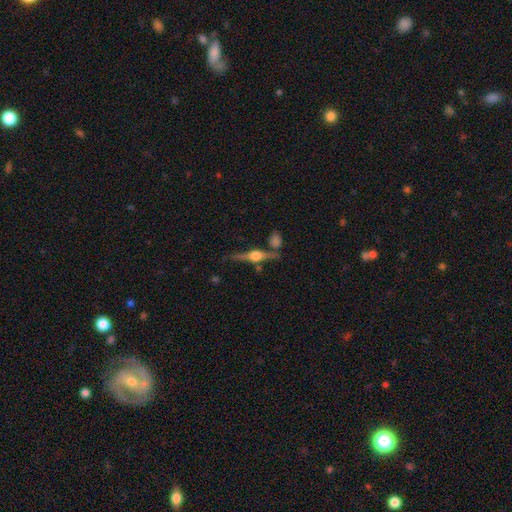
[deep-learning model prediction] The model was most divided on "merging": none: 80%, minor disturbance: 10%, merger: 7%, major disturbance: 3%. More confident: edge-on disk — yes (98%); edge-on bulge — rounded (95%); smooth or featured — featured or disk (84%).